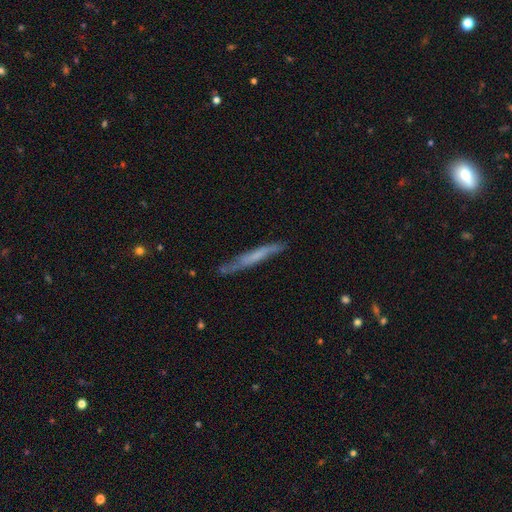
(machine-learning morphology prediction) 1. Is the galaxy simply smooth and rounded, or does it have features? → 48% featured or disk, 45% smooth, 7% star or artifact.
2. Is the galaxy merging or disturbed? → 75% none, 19% minor disturbance, 4% major disturbance, 2% merger.